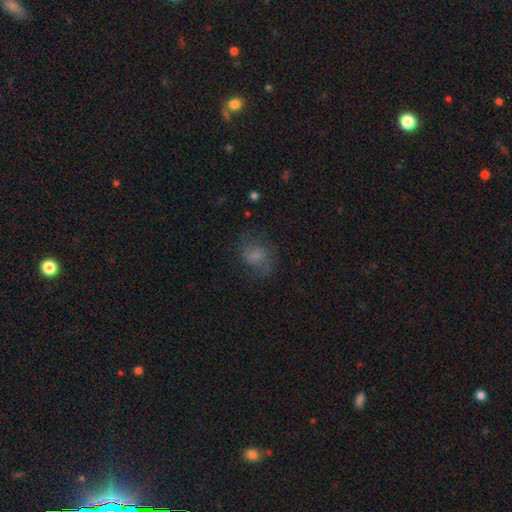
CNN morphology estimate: smooth-or-featured: smooth: 56% | featured or disk: 31% | star or artifact: 13%
  how-rounded: in between: 50% | round: 49% | cigar-shaped: 1%
  merging: none: 60% | minor disturbance: 21% | major disturbance: 17% | merger: 2%